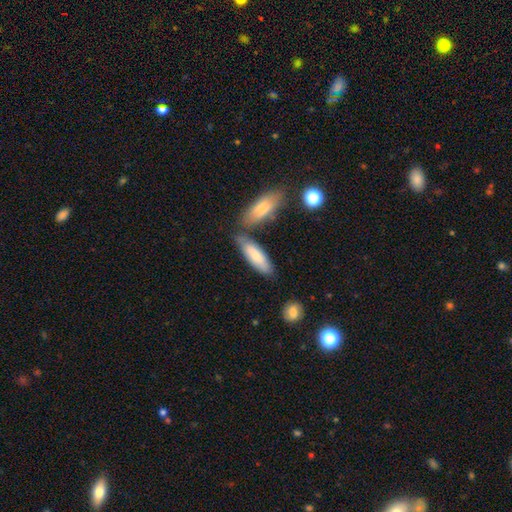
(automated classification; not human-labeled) The model was most divided on "how rounded": in between: 52%, cigar-shaped: 46%, round: 2%. More confident: smooth or featured — smooth (75%); merging — none (61%).